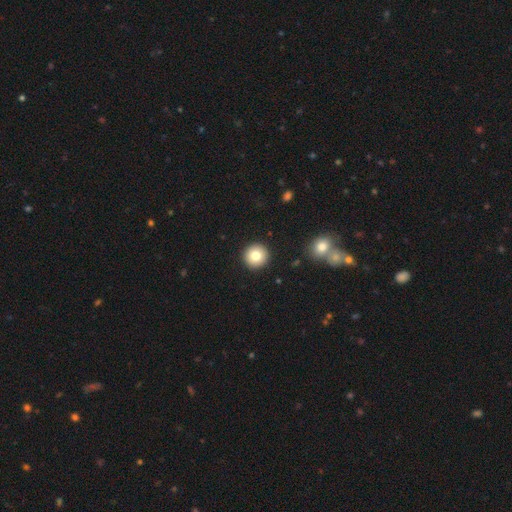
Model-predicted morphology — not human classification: Smooth or featured?
  - smooth: 80% *
  - featured or disk: 11%
  - star or artifact: 10%
How rounded?
  - round: 96% *
  - in between: 4%
  - cigar-shaped: 1%
Merging?
  - none: 92% *
  - minor disturbance: 5%
  - major disturbance: 2%
  - merger: 1%